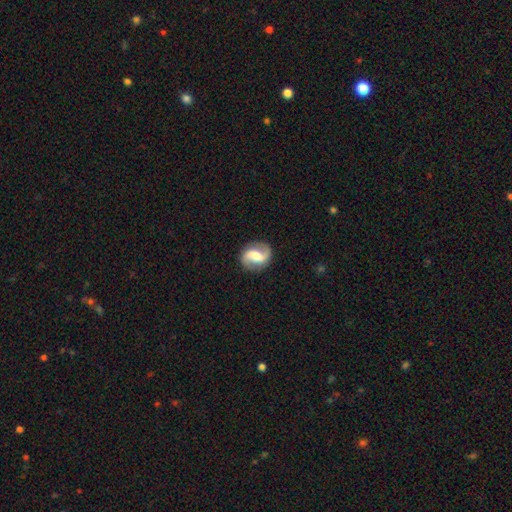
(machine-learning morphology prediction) A featured or disk galaxy (79%) with a weak bar (44%), 2 (91%) loose (46%) spiral arms (93%) and a moderate central bulge (55%). Merging: none (85%).